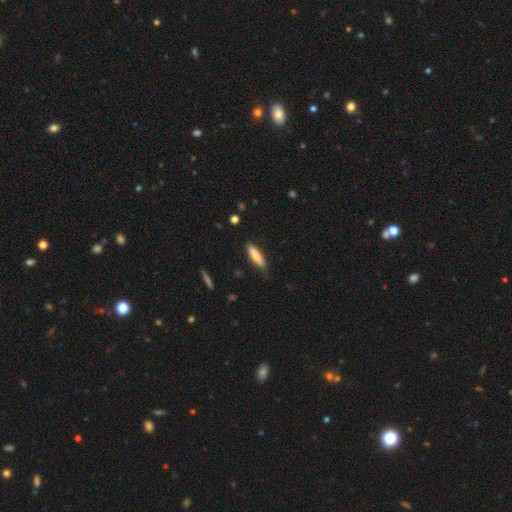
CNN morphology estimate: Smooth or featured: smooth — 77% (featured or disk — 17%)
How rounded: cigar-shaped — 65% (in between — 33%)
Merging: none — 80% (minor disturbance — 16%)